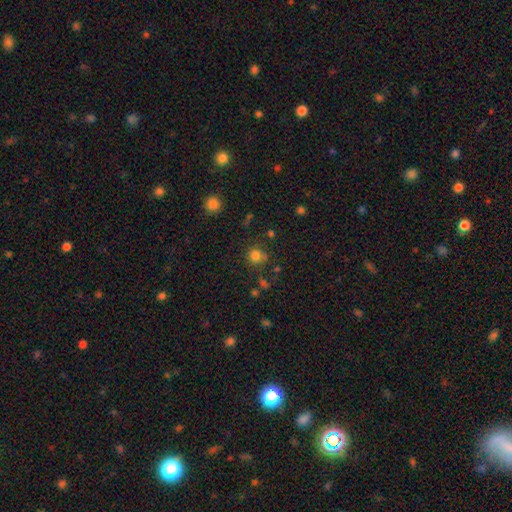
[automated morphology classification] The model was most divided on "merging": none: 71%, minor disturbance: 16%, major disturbance: 7%, merger: 6%. More confident: how rounded — round (85%); smooth or featured — smooth (79%).